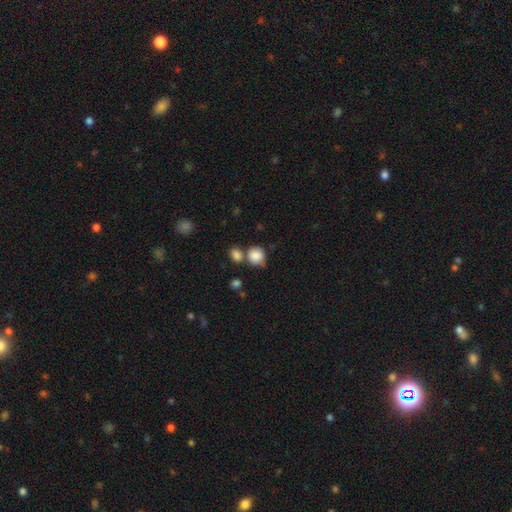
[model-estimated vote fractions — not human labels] Smooth or featured? smooth (86%)
How rounded? round (79%)
Merging? none (53%)